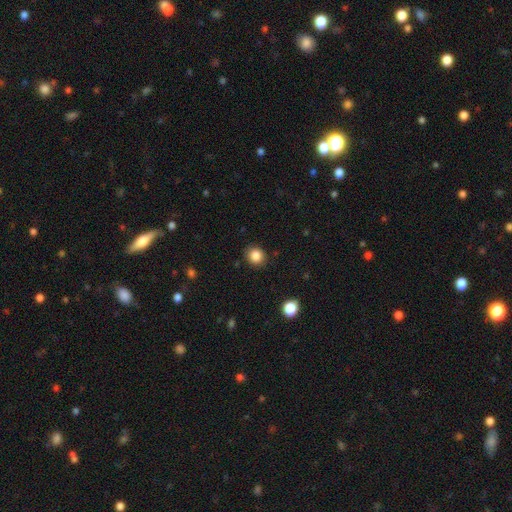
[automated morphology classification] smooth-or-featured: smooth: 86% | star or artifact: 10% | featured or disk: 4%
  how-rounded: round: 84% | in between: 16% | cigar-shaped: 1%
  merging: none: 88% | minor disturbance: 8% | major disturbance: 2% | merger: 1%